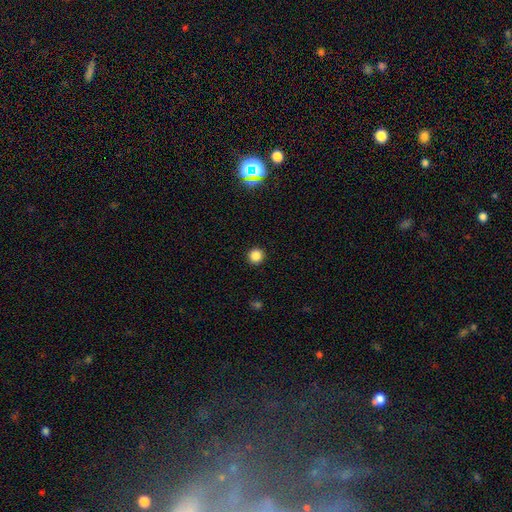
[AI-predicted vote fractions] Smooth or featured: smooth — 85% (star or artifact — 12%)
How rounded: round — 96% (in between — 3%)
Merging: none — 93% (minor disturbance — 4%)